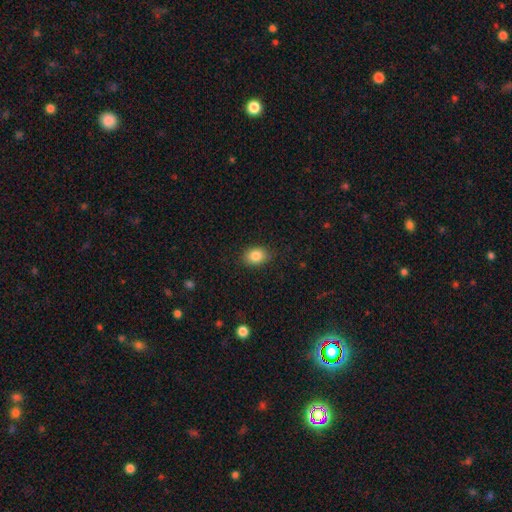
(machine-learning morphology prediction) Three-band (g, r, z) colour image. It shows a smooth galaxy with no disk features (85%) that is in between round and cigar-shaped (66%). Merging: none (85%).